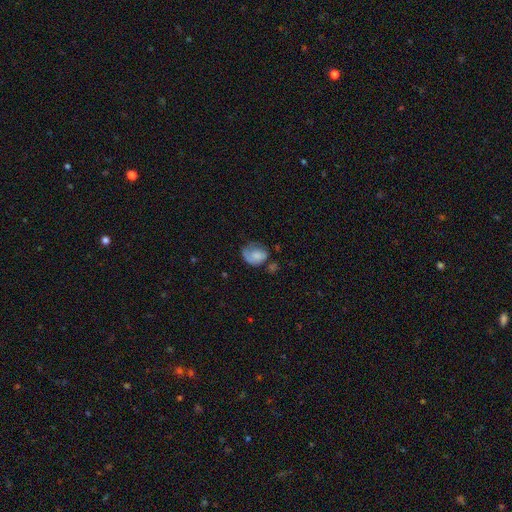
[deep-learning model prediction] smooth-or-featured: smooth: 62% | featured or disk: 29% | star or artifact: 9%
  how-rounded: in between: 52% | round: 47% | cigar-shaped: 1%
  merging: none: 35% | minor disturbance: 30% | major disturbance: 29% | merger: 6%